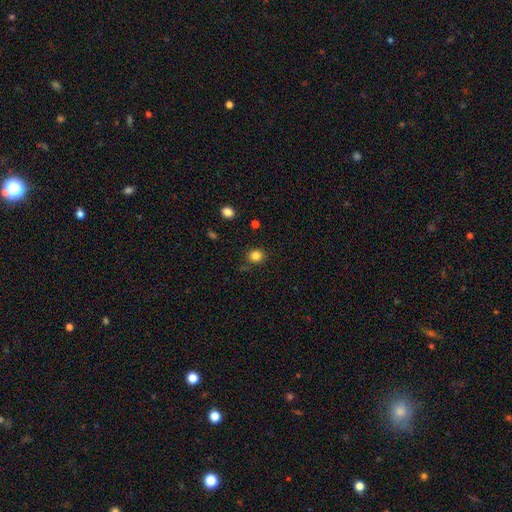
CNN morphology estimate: The model was most divided on "how rounded": round: 76%, in between: 23%, cigar-shaped: 1%. More confident: smooth or featured — smooth (84%); merging — none (82%).